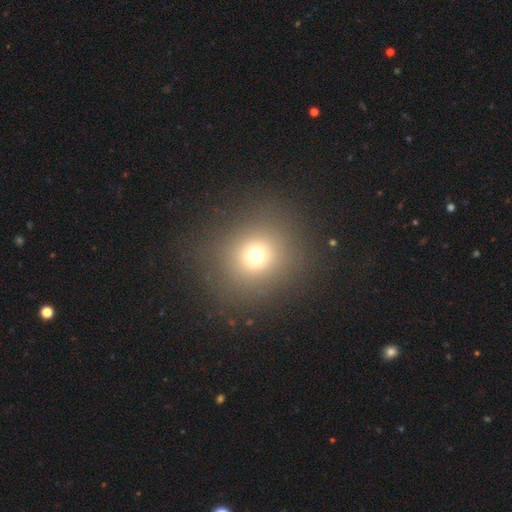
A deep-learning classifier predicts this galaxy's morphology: Smooth or featured? Predicted: smooth (p=0.68). How rounded? Predicted: round (p=0.84). Merging? Predicted: none (p=0.85).